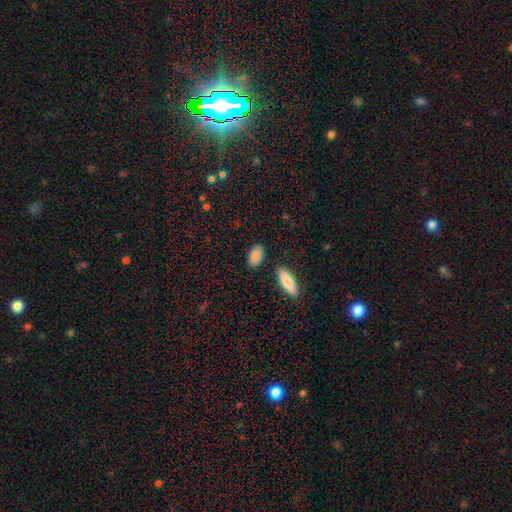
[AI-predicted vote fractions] Smooth or featured: smooth — 88% (star or artifact — 7%)
How rounded: in between — 90% (round — 6%)
Merging: none — 82% (minor disturbance — 12%)